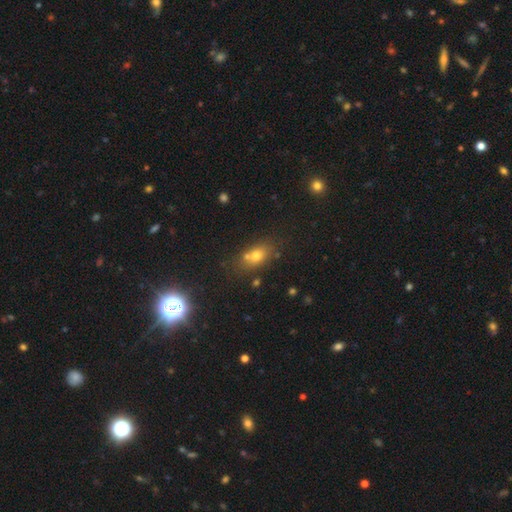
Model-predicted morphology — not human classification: smooth_or_featured: smooth (p=0.67) [alt: star or artifact p=0.18]
how_rounded: in between (p=0.67) [alt: round p=0.27]
merging: none (p=0.58) [alt: merger p=0.23]